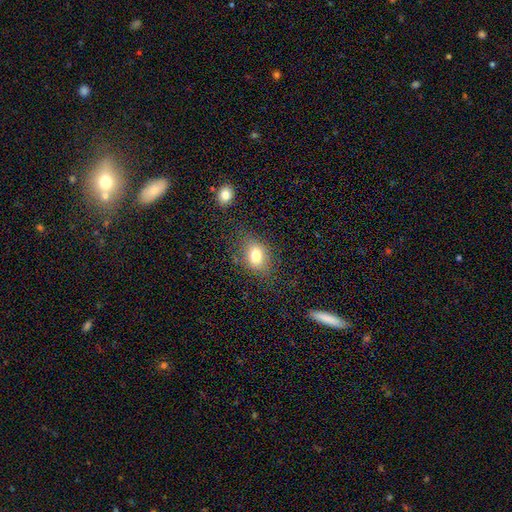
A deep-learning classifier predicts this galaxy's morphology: type=smooth (75%); roundness=in between (70%); merging=none (72%).